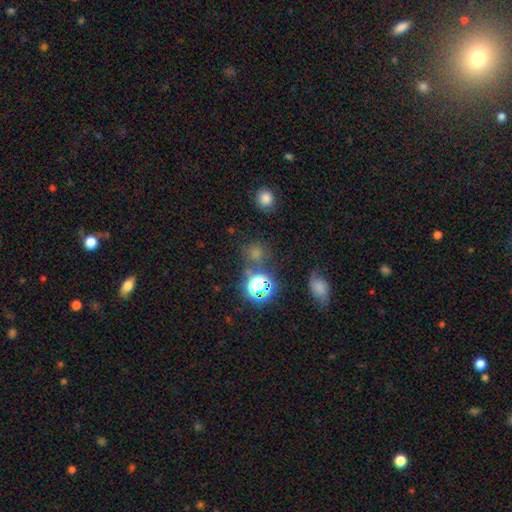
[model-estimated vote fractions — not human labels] Morphology: type=smooth (55%); roundness=round (86%); merging=none (73%).